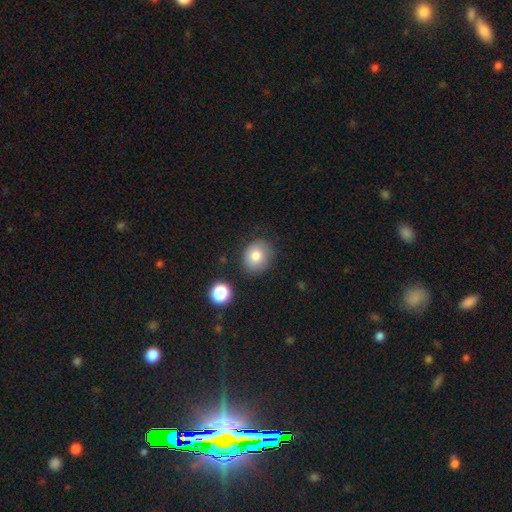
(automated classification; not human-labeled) Smooth or featured? Predicted: smooth (p=0.81). How rounded? Predicted: round (p=0.66). Merging? Predicted: none (p=0.79).